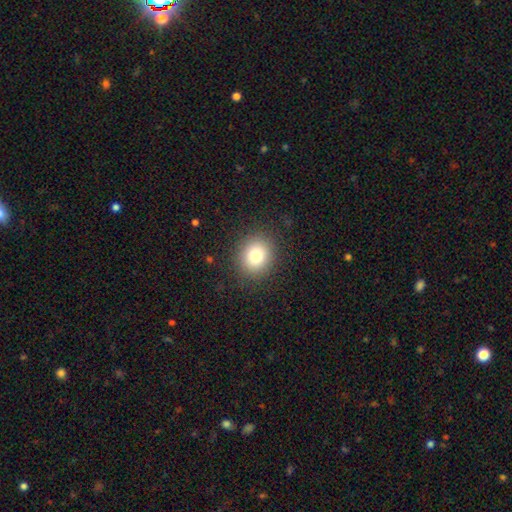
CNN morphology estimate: smooth 80%, star or artifact 11%, featured or disk 9%. Down the decision tree: how rounded — round (77%); merging — none (88%).